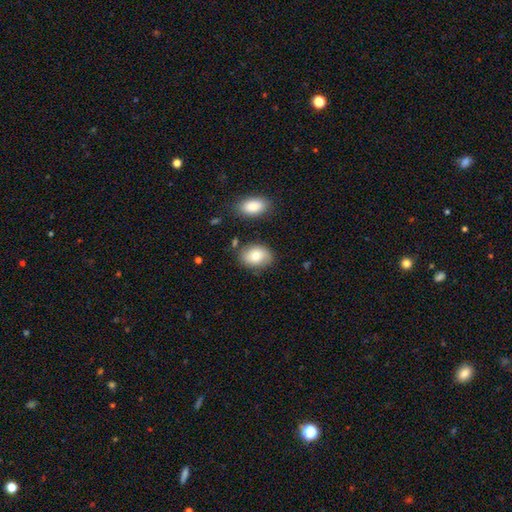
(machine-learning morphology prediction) smooth_or_featured: smooth (p=0.78) [alt: featured or disk p=0.14]
how_rounded: in between (p=0.73) [alt: round p=0.26]
merging: none (p=0.73) [alt: minor disturbance p=0.17]